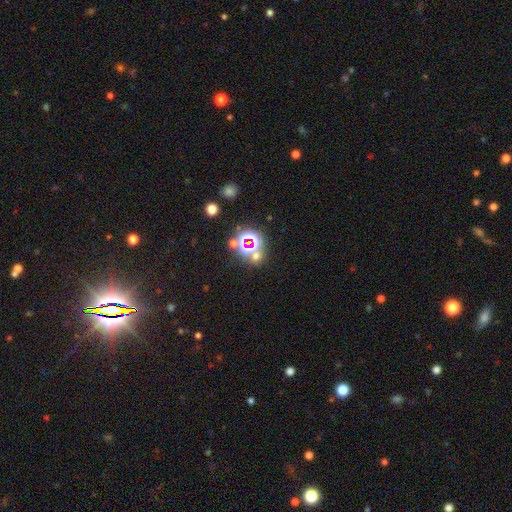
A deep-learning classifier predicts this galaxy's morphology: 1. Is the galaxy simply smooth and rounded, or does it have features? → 57% star or artifact, 33% smooth, 10% featured or disk.